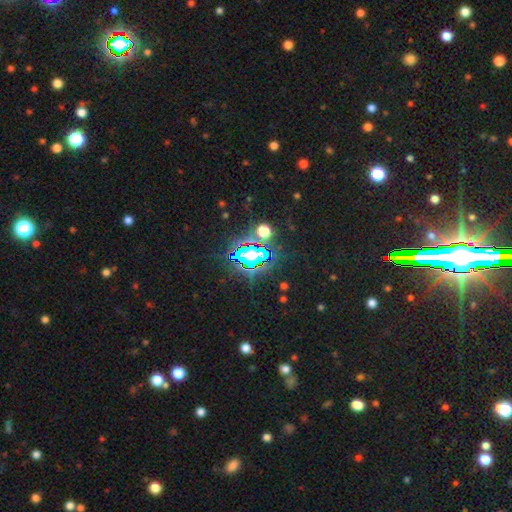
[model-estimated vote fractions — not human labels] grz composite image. It shows a star or artifact, not a galaxy (79%).